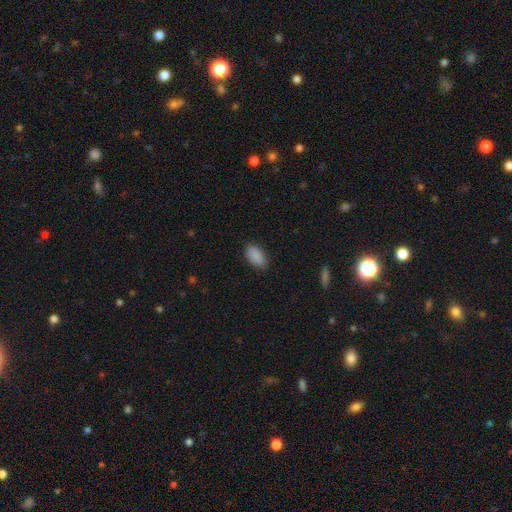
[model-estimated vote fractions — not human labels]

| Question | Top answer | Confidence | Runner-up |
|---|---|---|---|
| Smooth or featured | smooth | 90% | star or artifact (7%) |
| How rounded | in between | 94% | round (4%) |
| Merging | none | 85% | minor disturbance (12%) |